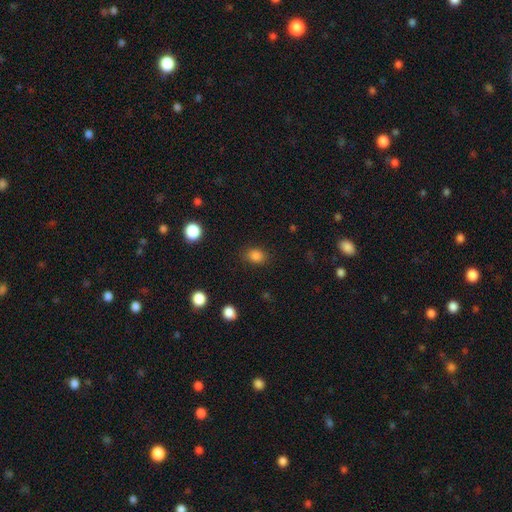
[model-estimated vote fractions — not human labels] Q: Smooth or featured?
A: smooth (85%); runner-up: star or artifact (12%)
Q: How rounded?
A: in between (50%); runner-up: round (49%)
Q: Merging?
A: none (83%); runner-up: minor disturbance (12%)